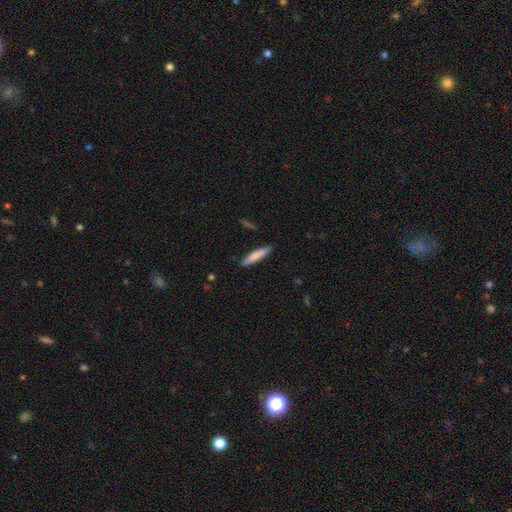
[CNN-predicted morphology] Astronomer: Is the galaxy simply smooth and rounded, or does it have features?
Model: smooth — 77%.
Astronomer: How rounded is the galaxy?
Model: cigar-shaped — 88%.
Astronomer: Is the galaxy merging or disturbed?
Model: none — 89%.